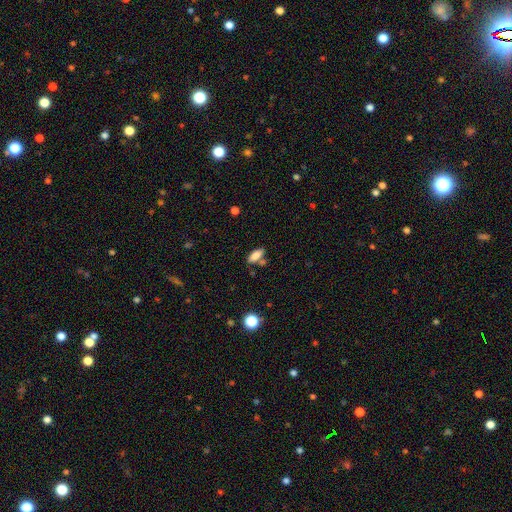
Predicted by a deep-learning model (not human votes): Smooth or featured?
  - smooth: 82% *
  - featured or disk: 10%
  - star or artifact: 8%
How rounded?
  - in between: 77% *
  - cigar-shaped: 20%
  - round: 3%
Merging?
  - none: 69% *
  - minor disturbance: 14%
  - merger: 13%
  - major disturbance: 4%